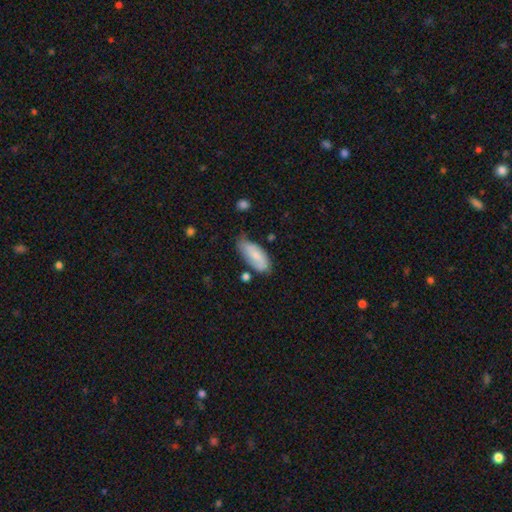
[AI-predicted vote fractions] smooth 62%, featured or disk 32%, star or artifact 6%. Down the decision tree: how rounded — in between (86%); merging — none (56%).